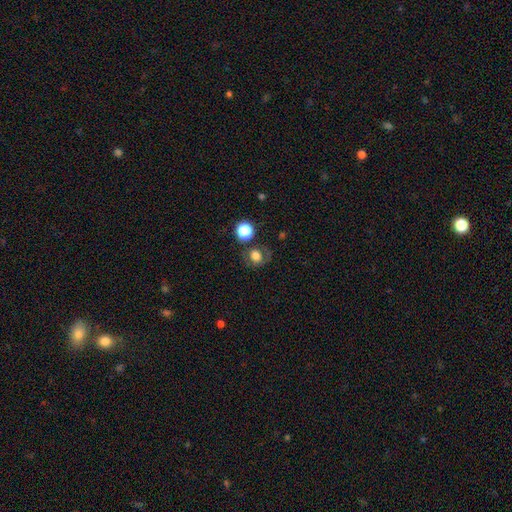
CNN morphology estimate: smooth-or-featured: smooth: 65% | featured or disk: 21% | star or artifact: 13%
  how-rounded: round: 73% | in between: 26% | cigar-shaped: 1%
  merging: none: 64% | minor disturbance: 16% | major disturbance: 10% | merger: 9%